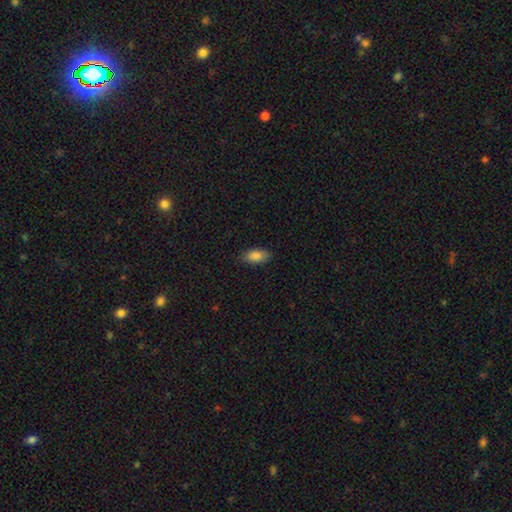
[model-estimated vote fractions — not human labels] Q: Smooth or featured?
A: smooth (87%); runner-up: star or artifact (7%)
Q: How rounded?
A: in between (90%); runner-up: cigar-shaped (7%)
Q: Merging?
A: none (86%); runner-up: minor disturbance (11%)